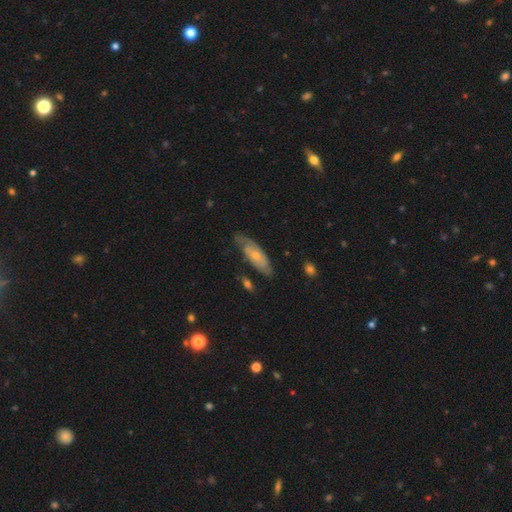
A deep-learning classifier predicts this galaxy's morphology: Q: Smooth or featured?
A: featured or disk (55%); runner-up: smooth (39%)
Q: Edge-on disk?
A: no (80%); runner-up: yes (20%)
Q: Merging?
A: none (57%); runner-up: minor disturbance (29%)